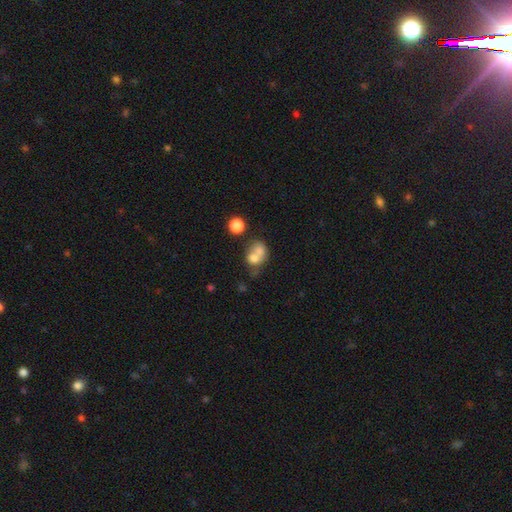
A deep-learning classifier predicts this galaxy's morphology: type=smooth (70%); roundness=round (60%); merging=merger (65%).